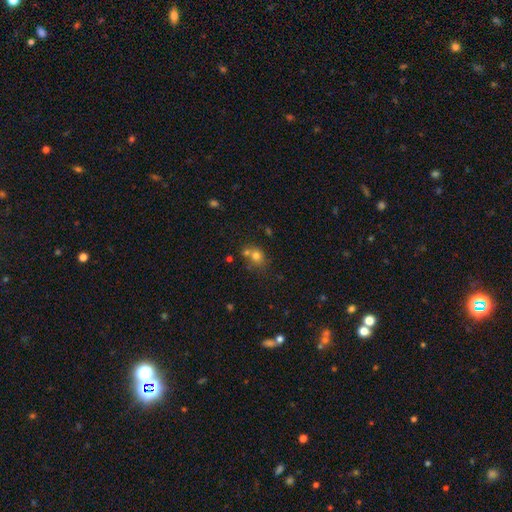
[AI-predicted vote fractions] Smooth or featured?
  - smooth: 73% *
  - star or artifact: 15%
  - featured or disk: 12%
How rounded?
  - round: 71% *
  - in between: 28%
  - cigar-shaped: 1%
Merging?
  - none: 50% *
  - merger: 33%
  - minor disturbance: 12%
  - major disturbance: 5%